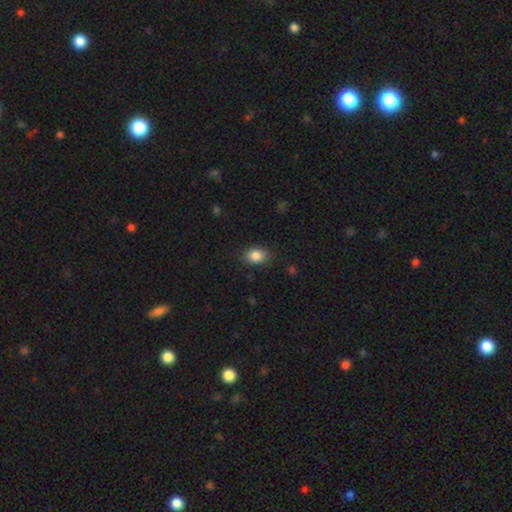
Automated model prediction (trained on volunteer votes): Smooth or featured? smooth (86%)
How rounded? in between (69%)
Merging? none (83%)